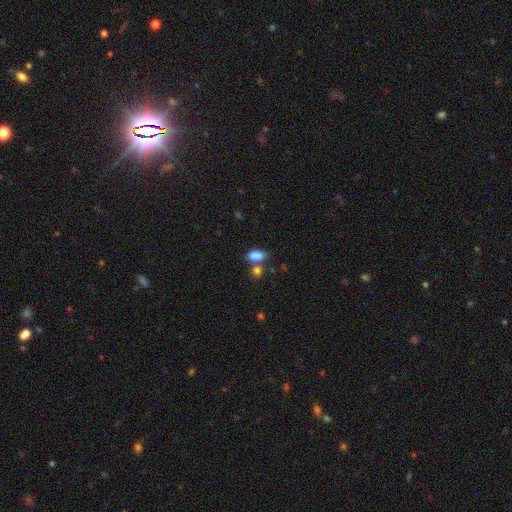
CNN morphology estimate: This appears to be a smooth galaxy with no disk features (84%) that is in between round and cigar-shaped (87%). Merging: none (44%).